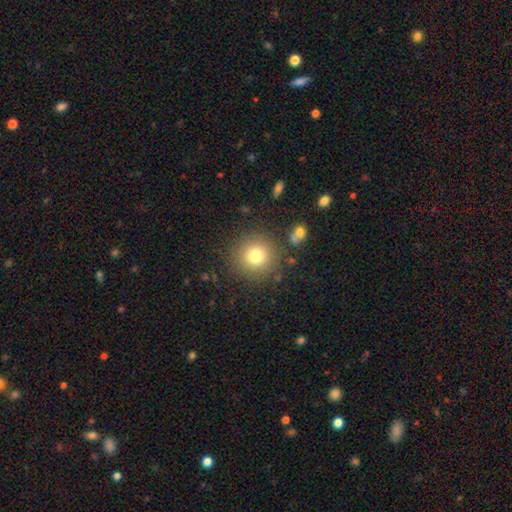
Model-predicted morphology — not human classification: Smooth or featured?
  - smooth: 78% *
  - star or artifact: 13%
  - featured or disk: 9%
How rounded?
  - round: 94% *
  - in between: 5%
  - cigar-shaped: 1%
Merging?
  - none: 87% *
  - minor disturbance: 8%
  - major disturbance: 3%
  - merger: 3%